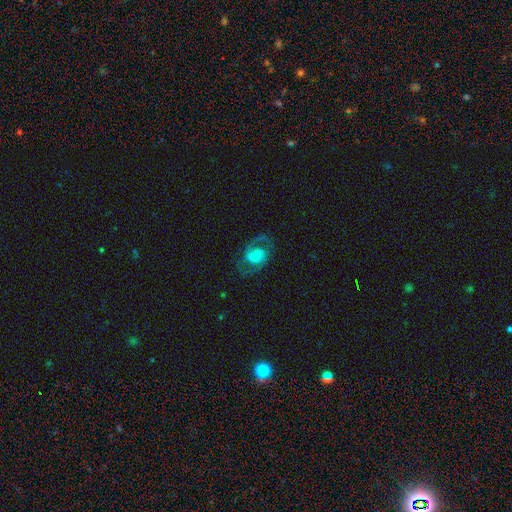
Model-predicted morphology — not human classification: This is likely a featured or disk galaxy (73%). It is clearly not viewed edge-on (97%). Bar: possibly no (56%). Spiral arm pattern: clearly yes (86%). Spiral arm count: clearly 2 (88%). Spiral winding: possibly medium (56%). Central bulge: marginally none (27%, tied with small). Merging: likely none (70%).